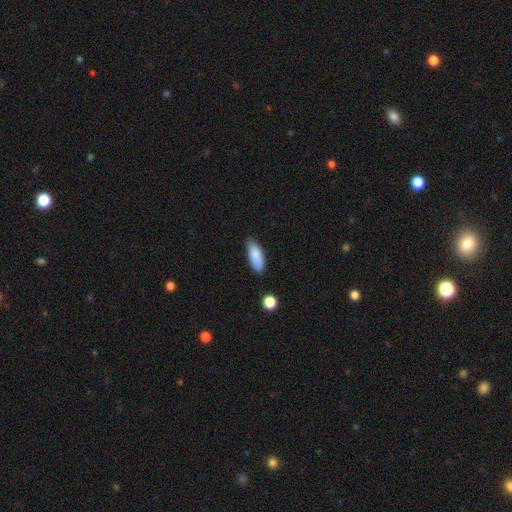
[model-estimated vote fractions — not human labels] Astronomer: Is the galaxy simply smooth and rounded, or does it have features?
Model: smooth — 87%.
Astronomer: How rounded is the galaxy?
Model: in between — 79%.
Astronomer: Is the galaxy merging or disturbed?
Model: none — 75%.